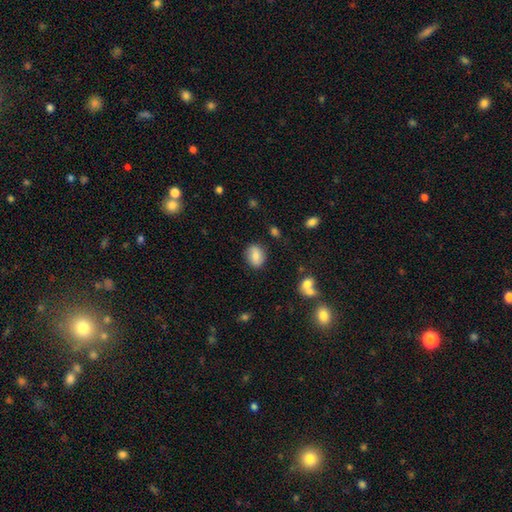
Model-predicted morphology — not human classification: Smooth or featured? Predicted: smooth (p=0.77). How rounded? Predicted: in between (p=0.55). Merging? Predicted: none (p=0.84).